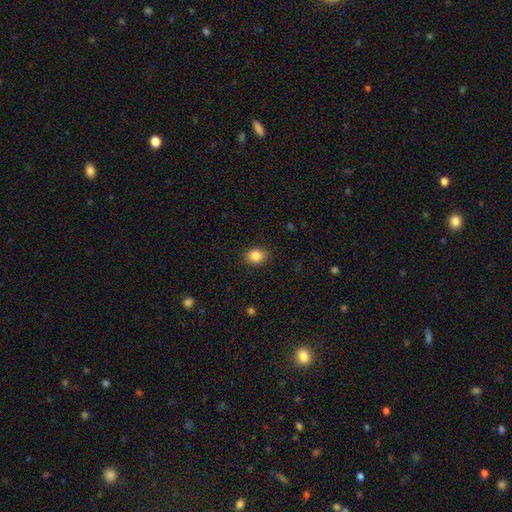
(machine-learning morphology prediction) type=smooth (86%); roundness=in between (53%); merging=none (88%).